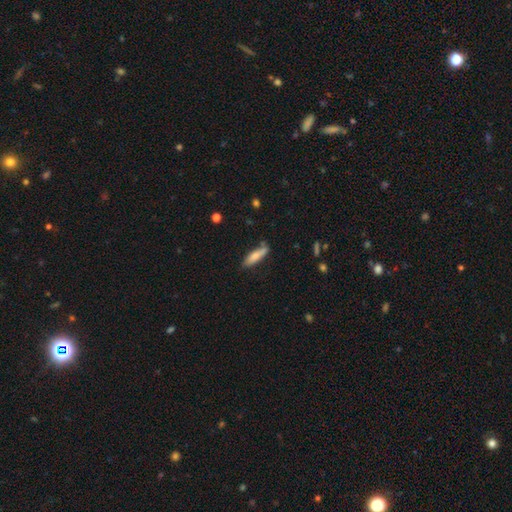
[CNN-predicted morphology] Q: Smooth or featured?
A: smooth (75%); runner-up: featured or disk (19%)
Q: How rounded?
A: cigar-shaped (69%); runner-up: in between (29%)
Q: Merging?
A: none (67%); runner-up: minor disturbance (22%)